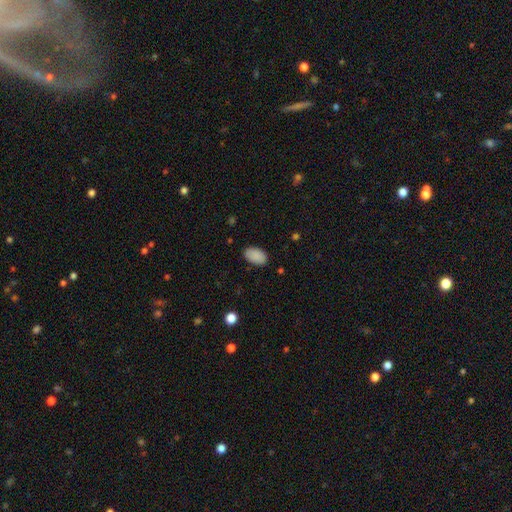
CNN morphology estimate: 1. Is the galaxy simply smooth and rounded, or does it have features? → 90% smooth, 7% star or artifact, 3% featured or disk.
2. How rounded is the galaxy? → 94% in between, 5% round, 1% cigar-shaped.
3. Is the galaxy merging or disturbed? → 87% none, 10% minor disturbance, 2% major disturbance, 1% merger.